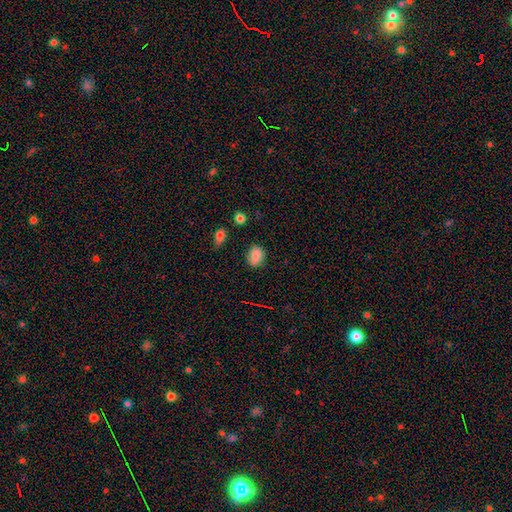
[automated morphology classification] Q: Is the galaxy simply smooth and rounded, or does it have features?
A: smooth — 78%.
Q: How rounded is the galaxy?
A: in between — 52%.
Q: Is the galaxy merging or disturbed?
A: none — 77%.